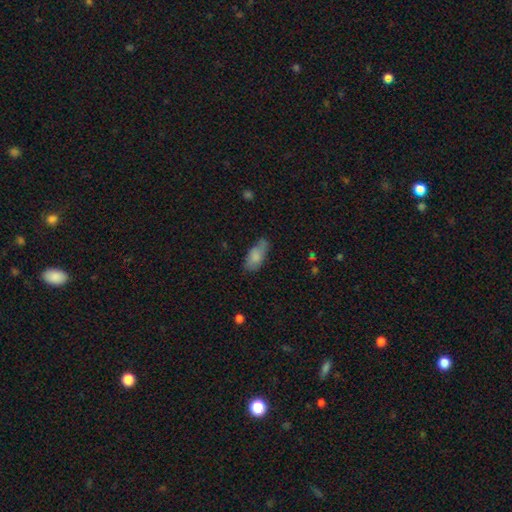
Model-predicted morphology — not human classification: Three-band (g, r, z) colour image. It shows a smooth galaxy with no disk features (80%) that is in between round and cigar-shaped (85%). Merging: none (60%).